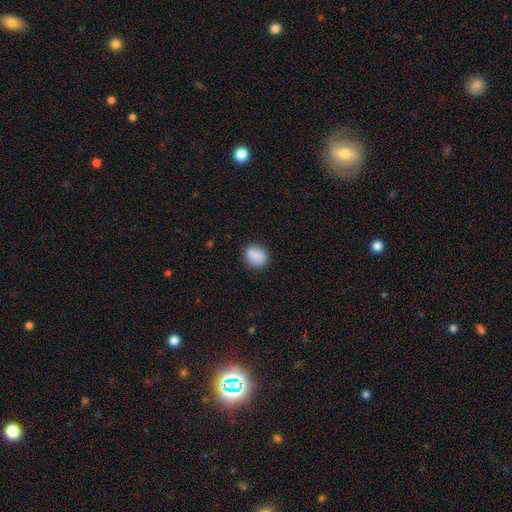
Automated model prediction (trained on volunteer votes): Morphology: type=smooth (88%); roundness=round (55%); merging=none (85%).